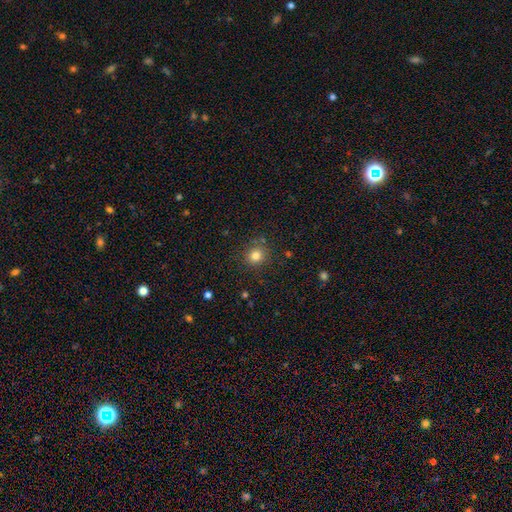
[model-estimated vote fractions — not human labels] smooth-or-featured: smooth: 80% | star or artifact: 13% | featured or disk: 6%
  how-rounded: round: 86% | in between: 13% | cigar-shaped: 1%
  merging: none: 84% | minor disturbance: 10% | major disturbance: 3% | merger: 3%